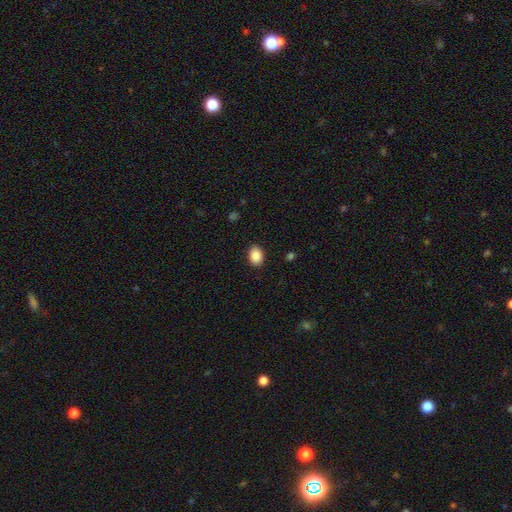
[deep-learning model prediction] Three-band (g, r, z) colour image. It shows a smooth galaxy with no disk features (89%) that is in between round and cigar-shaped (74%). Merging: none (90%).